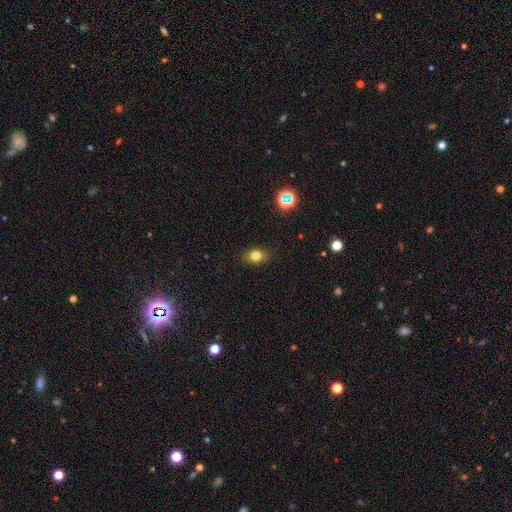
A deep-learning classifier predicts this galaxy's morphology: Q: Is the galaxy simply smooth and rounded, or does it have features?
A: smooth — 78%.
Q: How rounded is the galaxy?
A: in between — 65%.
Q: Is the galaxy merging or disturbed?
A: none — 85%.